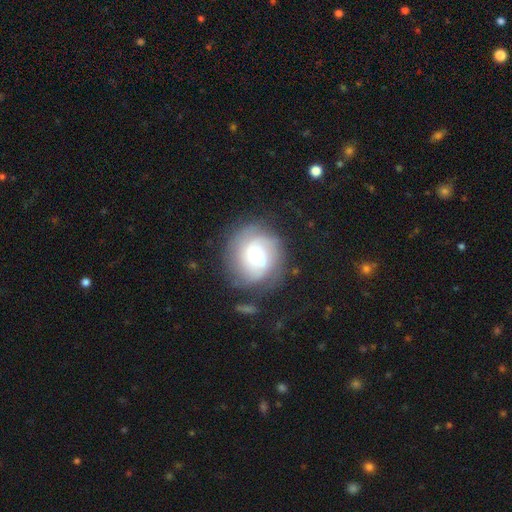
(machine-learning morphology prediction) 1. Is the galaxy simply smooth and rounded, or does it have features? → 58% featured or disk, 34% smooth, 8% star or artifact.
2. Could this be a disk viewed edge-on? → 97% no, 3% yes.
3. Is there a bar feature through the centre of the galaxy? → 73% no, 22% weak, 5% strong.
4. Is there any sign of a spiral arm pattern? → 84% yes, 16% no.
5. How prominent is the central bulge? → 45% small, 33% moderate, 15% large, 4% dominant, 3% none.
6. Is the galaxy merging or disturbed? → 65% none, 19% minor disturbance, 12% major disturbance, 5% merger.